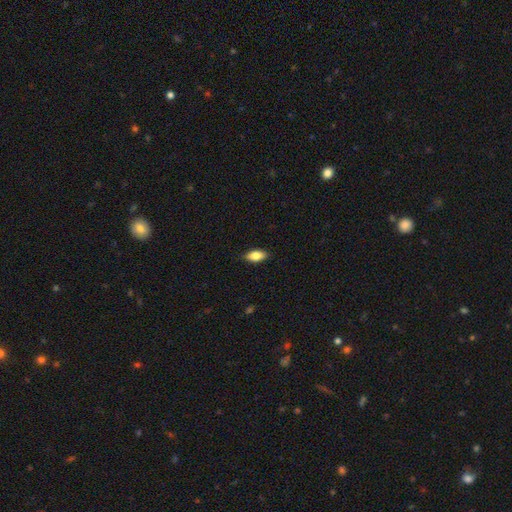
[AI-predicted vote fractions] smooth 83%, featured or disk 10%, star or artifact 7%. Down the decision tree: how rounded — in between (89%); merging — none (87%).